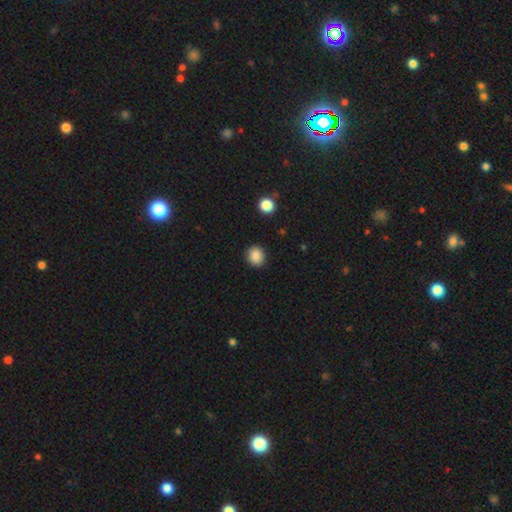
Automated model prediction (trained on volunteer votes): The model was most divided on "how rounded": round: 81%, in between: 18%, cigar-shaped: 1%. More confident: merging — none (90%); smooth or featured — smooth (87%).